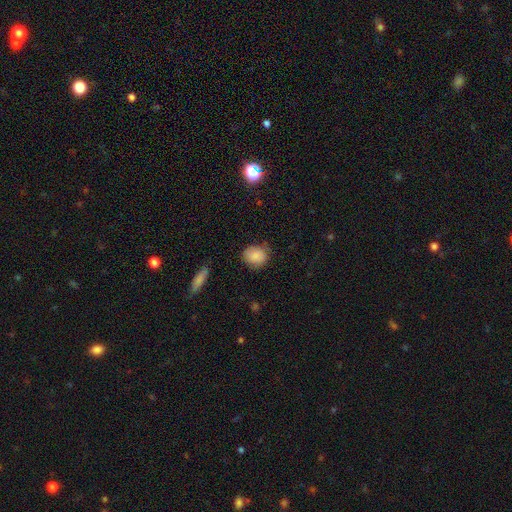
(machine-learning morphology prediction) type=smooth (85%); roundness=round (67%); merging=none (72%).